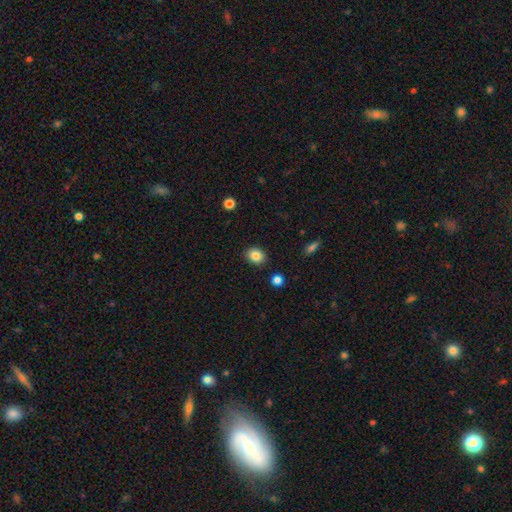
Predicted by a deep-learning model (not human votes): A smooth galaxy with no disk features (84%) that is round (52%). Merging: none (89%).